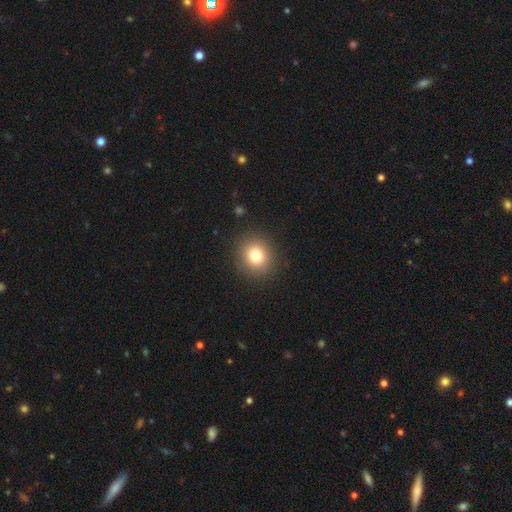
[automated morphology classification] Q: Smooth or featured?
A: smooth (79%); runner-up: star or artifact (12%)
Q: How rounded?
A: round (85%); runner-up: in between (14%)
Q: Merging?
A: none (90%); runner-up: minor disturbance (7%)